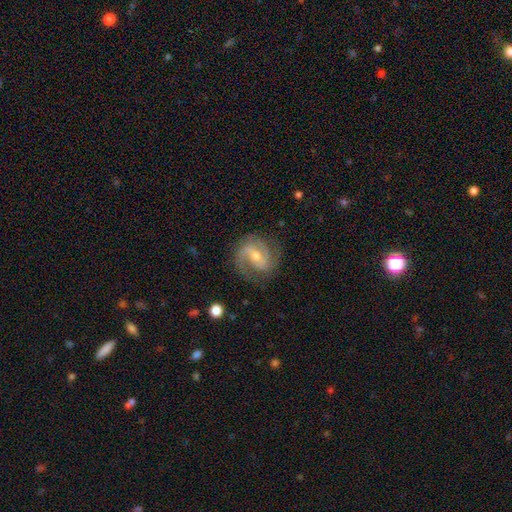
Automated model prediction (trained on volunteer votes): Smooth or featured? Predicted: featured or disk (p=0.86). Edge-on disk? Predicted: no (p=0.98). Bar? Predicted: weak (p=0.49). Spiral arms? Predicted: yes (p=0.97). Spiral winding? Predicted: medium (p=0.53). Spiral arm count? Predicted: 2 (p=0.77). Bulge size? Predicted: moderate (p=0.54). Merging? Predicted: none (p=0.76).